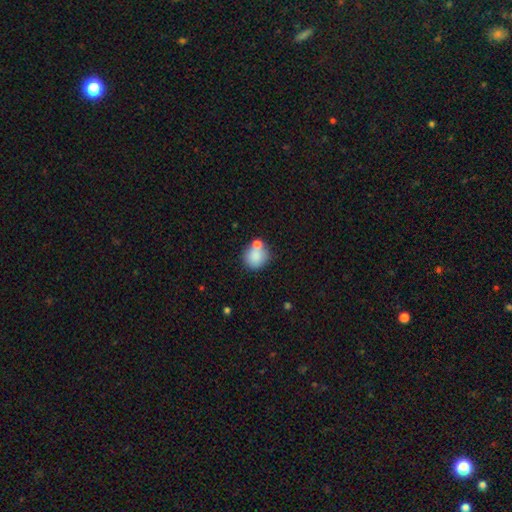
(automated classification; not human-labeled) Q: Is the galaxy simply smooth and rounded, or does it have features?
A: smooth — 83%.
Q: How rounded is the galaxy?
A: round — 82%.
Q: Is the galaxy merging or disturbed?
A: none — 59%.